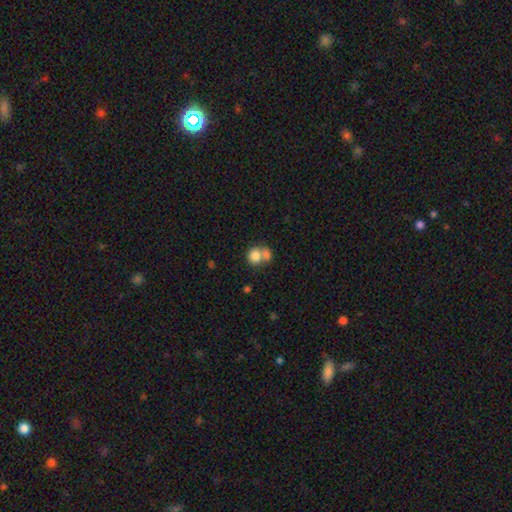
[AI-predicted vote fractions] Smooth or featured: smooth — 79% (featured or disk — 11%)
How rounded: round — 73% (in between — 26%)
Merging: merger — 54% (none — 33%)